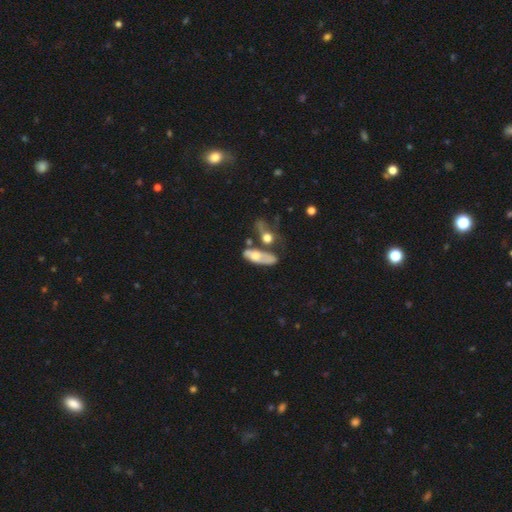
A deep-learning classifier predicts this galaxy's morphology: A featured or disk galaxy (47%). Merging: merger (34%).